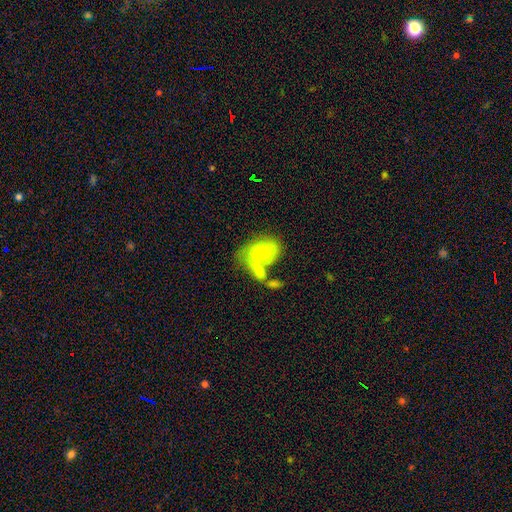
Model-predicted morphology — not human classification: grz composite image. It shows a smooth galaxy with no disk features (49%). Merging: merger (53%).